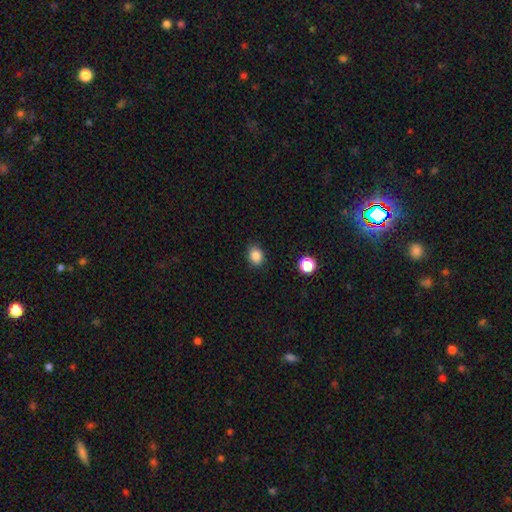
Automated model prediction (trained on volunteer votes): This appears to be a smooth galaxy with no disk features (86%) that is in between round and cigar-shaped (50%). Merging: none (86%).